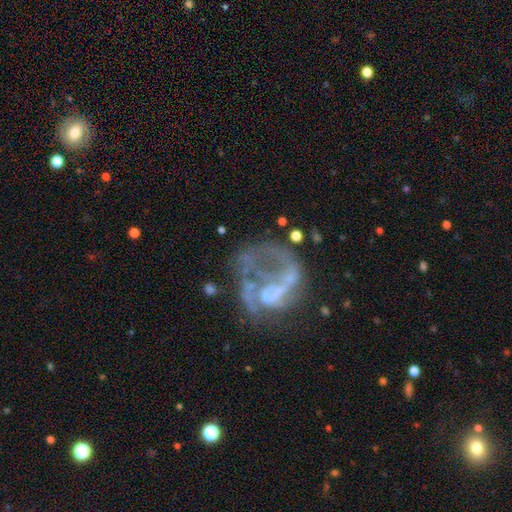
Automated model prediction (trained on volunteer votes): Smooth or featured: featured or disk — 70% (star or artifact — 15%)
Edge-on disk: no — 98% (yes — 2%)
Bar: no — 72% (weak — 21%)
Spiral arms: yes — 51% (no — 49%)
Bulge size: none — 63% (small — 22%)
Merging: major disturbance — 45% (none — 33%)